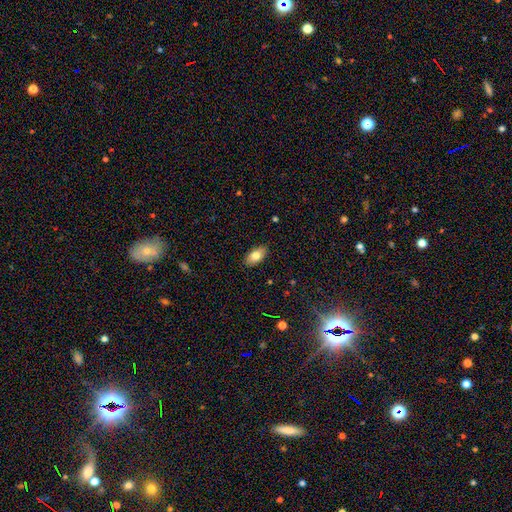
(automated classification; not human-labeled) The model was most divided on "smooth or featured": smooth: 79%, featured or disk: 14%, star or artifact: 7%. More confident: how rounded — in between (92%); merging — none (88%).